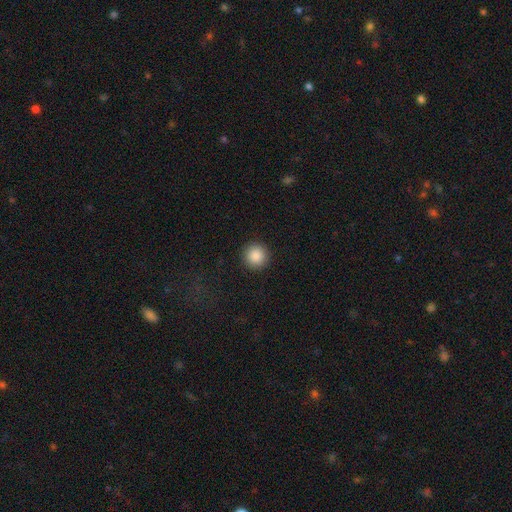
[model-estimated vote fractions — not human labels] A smooth galaxy with no disk features (88%) that is round (96%). Merging: none (92%).